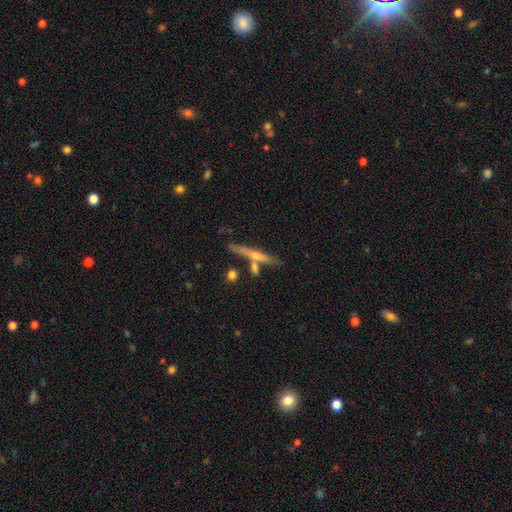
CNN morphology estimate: This appears to be a featured or disk galaxy (63%) viewed edge-on (95%) with a rounded central bulge (73%). Merging: none (72%).